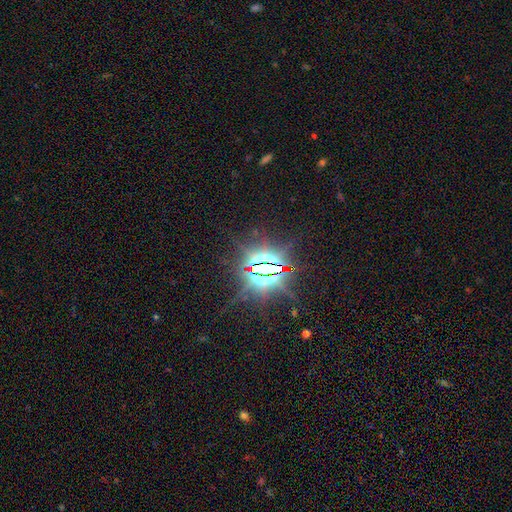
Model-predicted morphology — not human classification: A star or artifact, not a galaxy (86%).

Vote fractions:
- Smooth or featured? star or artifact: 86% / featured or disk: 8% / smooth: 6%